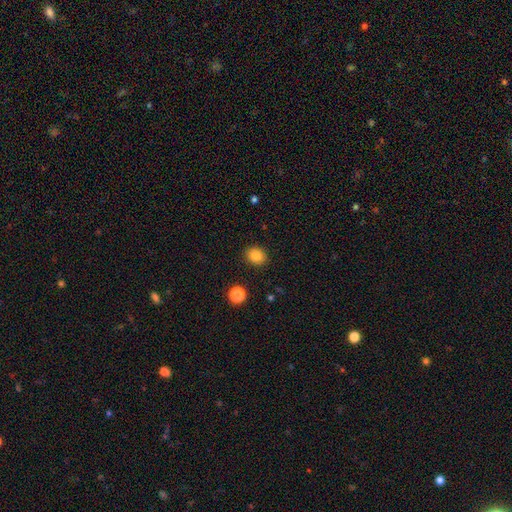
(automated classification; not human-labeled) Overall: smooth (84%). How rounded: round (60%; in between 39%). Merging: none (89%).